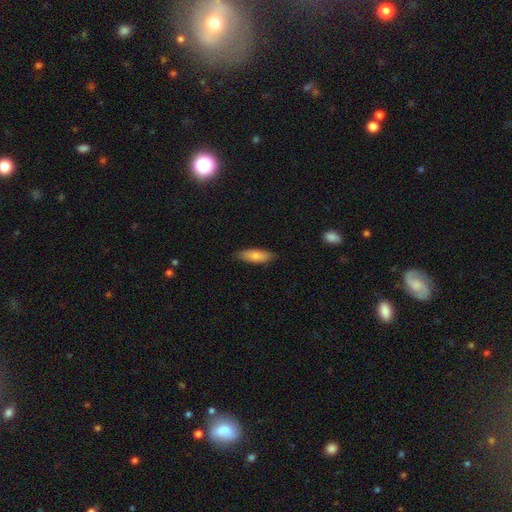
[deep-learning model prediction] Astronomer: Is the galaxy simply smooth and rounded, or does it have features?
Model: smooth — 80%.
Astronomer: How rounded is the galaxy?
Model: in between — 63%.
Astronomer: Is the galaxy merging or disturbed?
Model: none — 85%.